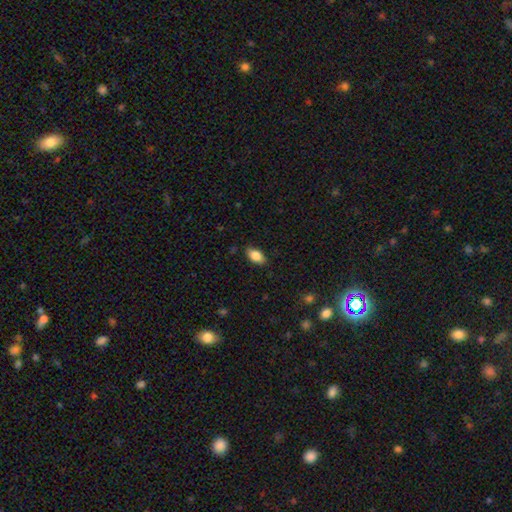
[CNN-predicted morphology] smooth-or-featured: smooth: 83% | featured or disk: 10% | star or artifact: 8%
  how-rounded: in between: 91% | round: 5% | cigar-shaped: 4%
  merging: none: 85% | minor disturbance: 12% | major disturbance: 2% | merger: 1%